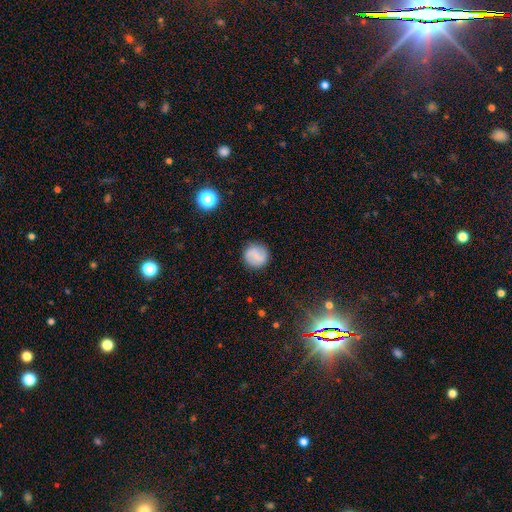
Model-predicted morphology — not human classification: Q: Smooth or featured?
A: smooth (48%); runner-up: featured or disk (43%)
Q: Merging?
A: none (86%); runner-up: minor disturbance (9%)